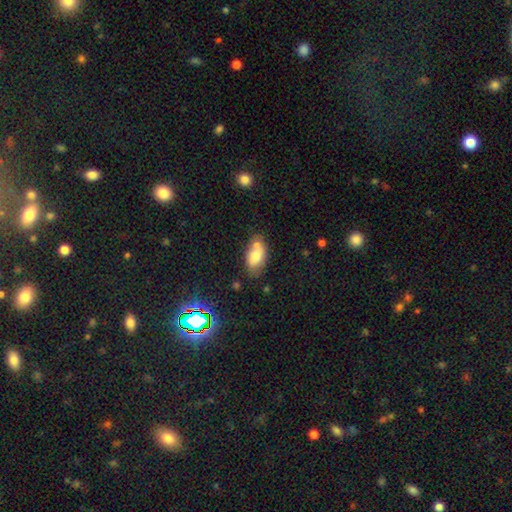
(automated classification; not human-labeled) smooth 74%, featured or disk 17%, star or artifact 9%. Down the decision tree: how rounded — in between (91%); merging — none (52%).